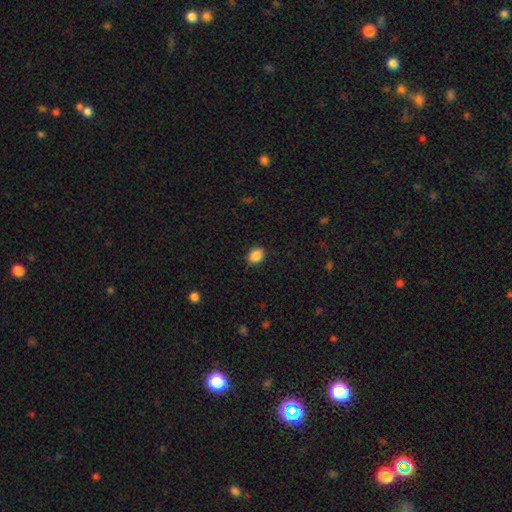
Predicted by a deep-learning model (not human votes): This is clearly a smooth galaxy (88%). How rounded: likely in between (64%). Merging: clearly none (88%).